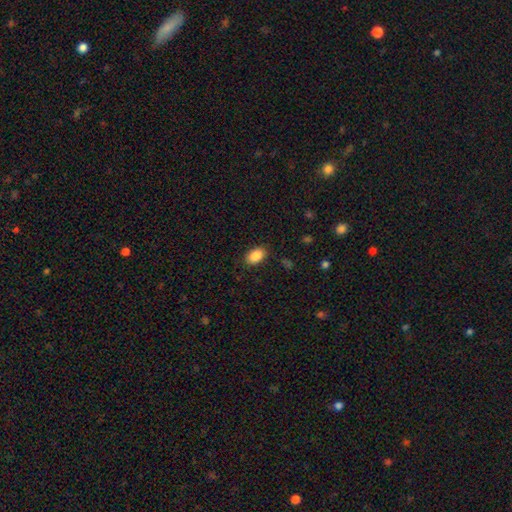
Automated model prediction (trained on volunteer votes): This is clearly a smooth galaxy (89%). How rounded: clearly in between (90%). Merging: clearly none (86%).